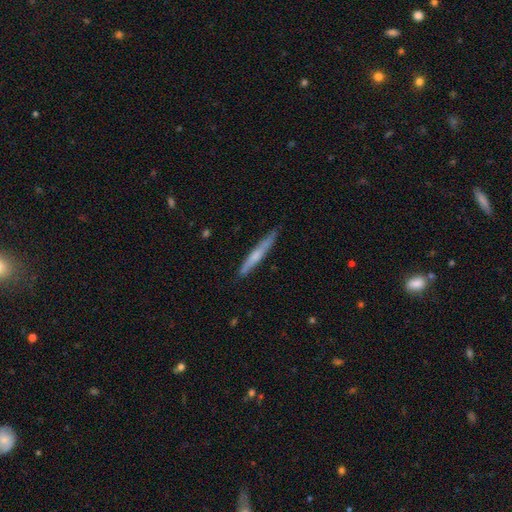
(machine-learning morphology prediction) Smooth or featured? smooth (53%)
How rounded? cigar-shaped (96%)
Merging? none (85%)